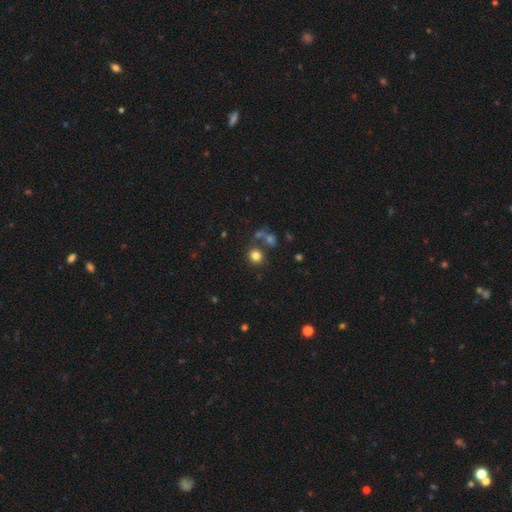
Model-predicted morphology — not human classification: This appears to be a smooth galaxy with no disk features (80%) that is round (84%). Merging: none (72%).